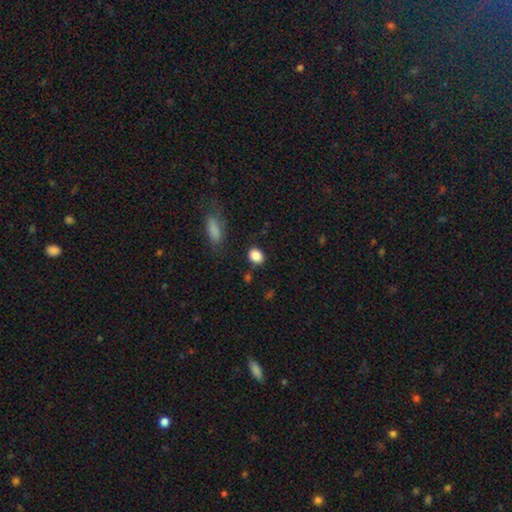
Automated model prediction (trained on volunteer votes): A smooth galaxy with no disk features (86%) that is round (60%).

Vote fractions:
- Smooth or featured? smooth: 86% / star or artifact: 9% / featured or disk: 4%
- How rounded? round: 60% / in between: 39% / cigar-shaped: 2%
- Merging? none: 82% / minor disturbance: 11% / merger: 4% / major disturbance: 3%